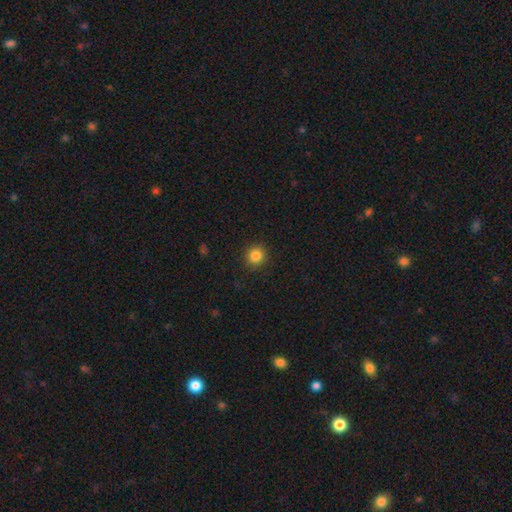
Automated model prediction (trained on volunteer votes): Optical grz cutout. It shows a smooth galaxy with no disk features (84%) that is round (92%). Merging: none (91%).